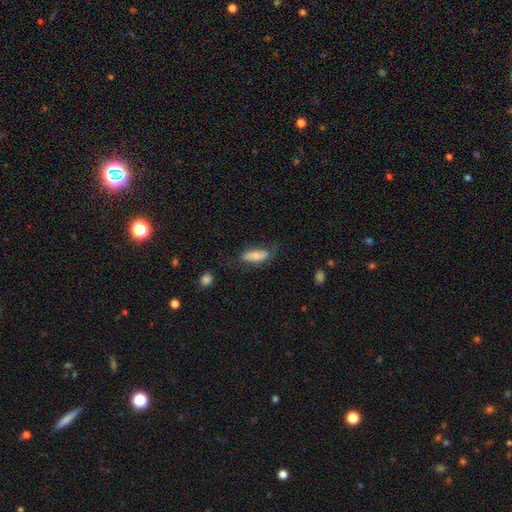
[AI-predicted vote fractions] Smooth or featured?
  - smooth: 70% *
  - featured or disk: 23%
  - star or artifact: 7%
How rounded?
  - in between: 77% *
  - cigar-shaped: 21%
  - round: 2%
Merging?
  - none: 63% *
  - minor disturbance: 25%
  - major disturbance: 10%
  - merger: 2%